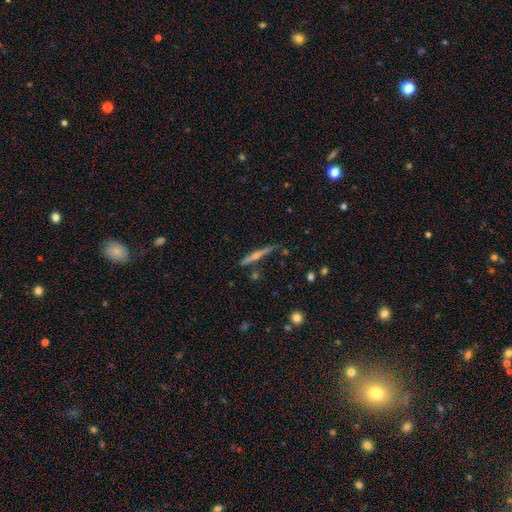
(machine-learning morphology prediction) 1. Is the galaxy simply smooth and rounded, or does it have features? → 63% featured or disk, 30% smooth, 7% star or artifact.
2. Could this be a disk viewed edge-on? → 97% yes, 3% no.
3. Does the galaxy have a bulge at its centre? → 76% rounded, 18% none, 6% boxy.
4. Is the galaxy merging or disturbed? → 81% none, 13% minor disturbance, 4% merger, 2% major disturbance.